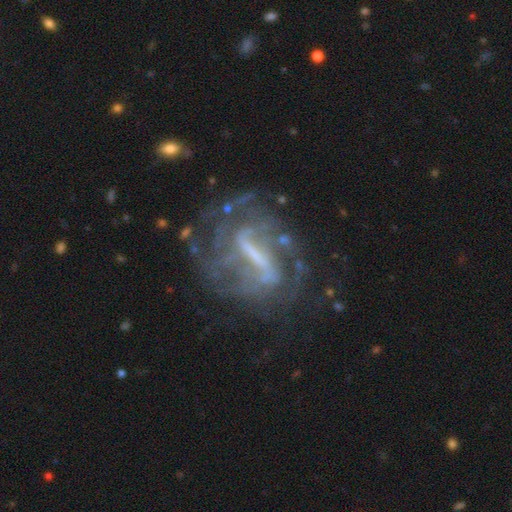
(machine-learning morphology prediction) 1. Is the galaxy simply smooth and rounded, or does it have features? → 84% featured or disk, 9% star or artifact, 7% smooth.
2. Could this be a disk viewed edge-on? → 92% no, 8% yes.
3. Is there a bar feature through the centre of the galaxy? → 70% strong, 22% weak, 8% no.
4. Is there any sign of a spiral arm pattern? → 82% yes, 18% no.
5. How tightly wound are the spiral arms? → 40% tight, 39% medium, 21% loose.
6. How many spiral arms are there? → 42% can't tell, 29% 2, 12% 3, 7% 4, 6% 1, 5% more than 4.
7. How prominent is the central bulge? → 38% none, 33% small, 22% moderate, 5% large, 1% dominant.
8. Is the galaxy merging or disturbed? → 56% none, 22% major disturbance, 18% minor disturbance, 4% merger.